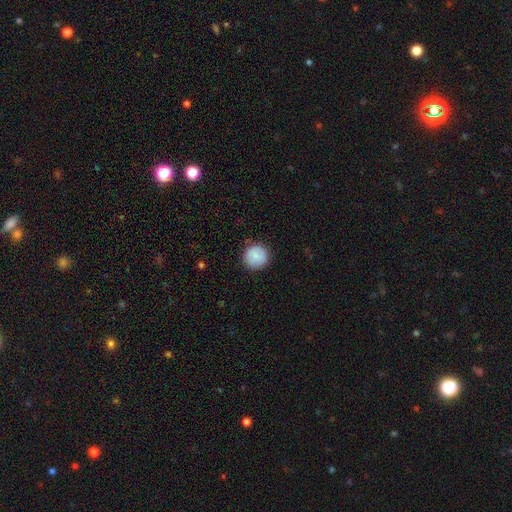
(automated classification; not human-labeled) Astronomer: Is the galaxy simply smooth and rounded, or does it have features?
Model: smooth — 85%.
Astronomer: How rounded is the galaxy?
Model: round — 95%.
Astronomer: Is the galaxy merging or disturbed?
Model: none — 88%.